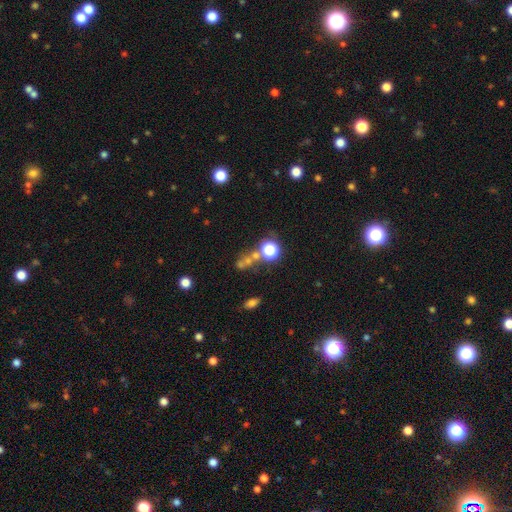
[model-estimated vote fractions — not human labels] A smooth galaxy with no disk features (49%). Merging: none (47%).